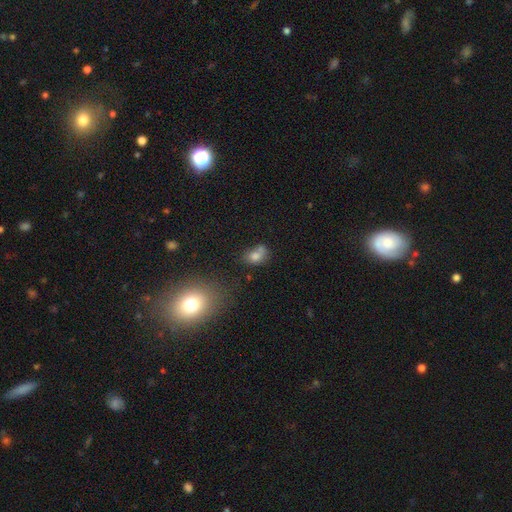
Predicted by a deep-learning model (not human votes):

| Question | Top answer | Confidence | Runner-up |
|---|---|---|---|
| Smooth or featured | smooth | 73% | star or artifact (14%) |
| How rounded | in between | 59% | round (40%) |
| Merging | merger | 38% | none (37%) |